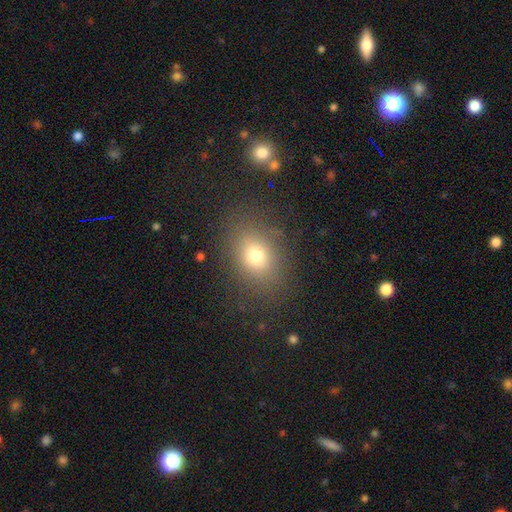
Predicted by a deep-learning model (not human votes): smooth_or_featured: smooth (p=0.73) [alt: star or artifact p=0.15]
how_rounded: in between (p=0.57) [alt: round p=0.41]
merging: none (p=0.81) [alt: minor disturbance p=0.11]